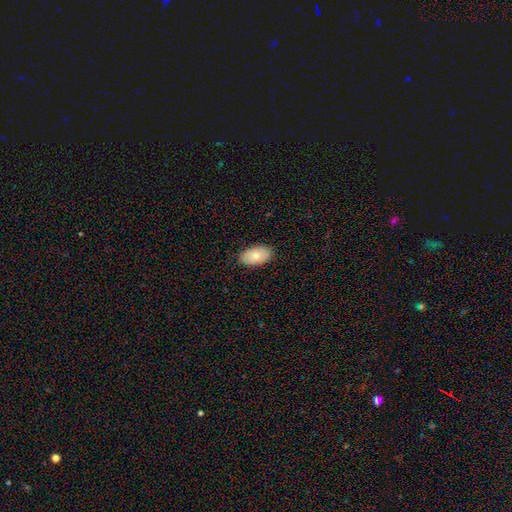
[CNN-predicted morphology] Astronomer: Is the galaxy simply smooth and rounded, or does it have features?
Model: smooth — 78%.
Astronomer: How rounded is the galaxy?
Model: in between — 95%.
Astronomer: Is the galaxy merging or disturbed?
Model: none — 88%.